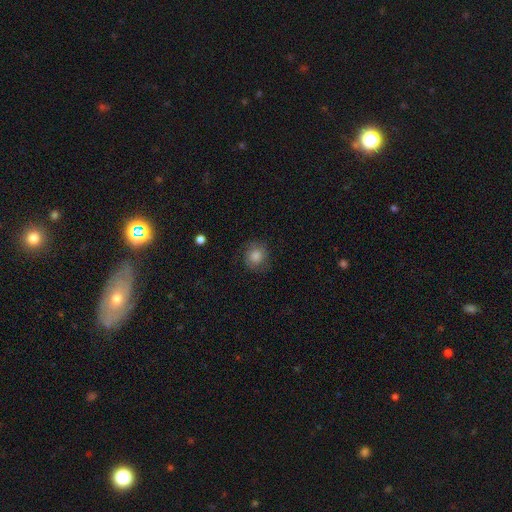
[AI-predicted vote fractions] Smooth or featured?
  - smooth: 69% *
  - featured or disk: 18%
  - star or artifact: 13%
How rounded?
  - round: 85% *
  - in between: 15%
  - cigar-shaped: 1%
Merging?
  - none: 80% *
  - minor disturbance: 13%
  - major disturbance: 5%
  - merger: 1%